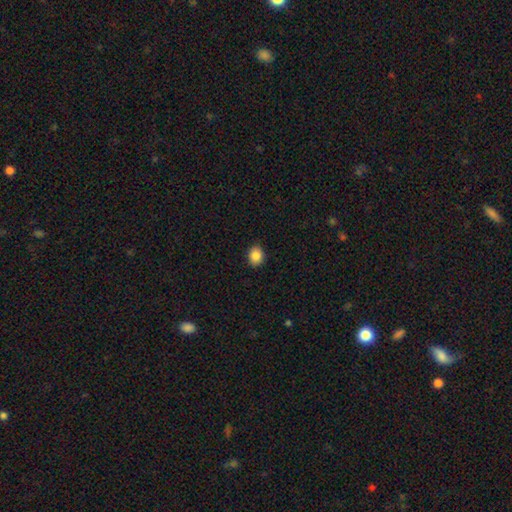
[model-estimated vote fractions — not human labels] This appears to be a smooth galaxy with no disk features (86%) that is round (54%). Merging: none (89%).